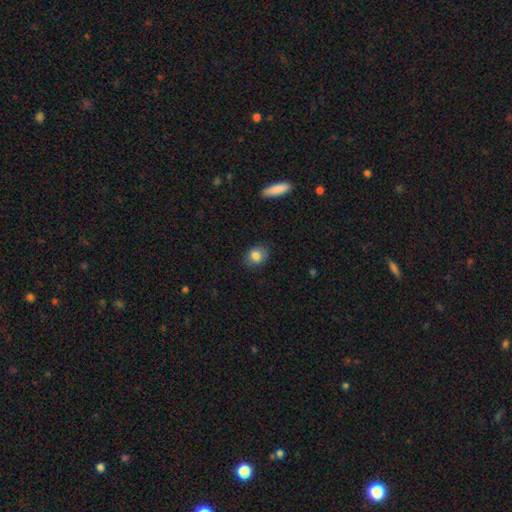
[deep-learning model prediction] Smooth or featured: smooth — 82% (featured or disk — 9%)
How rounded: round — 56% (in between — 42%)
Merging: none — 84% (minor disturbance — 12%)